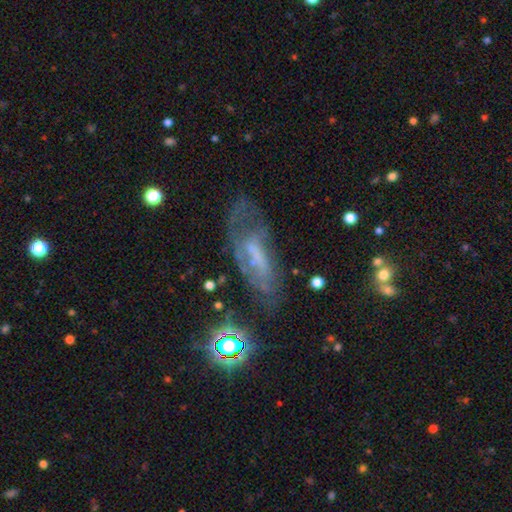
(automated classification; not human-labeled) featured or disk 58%, smooth 27%, star or artifact 15%. Down the decision tree: edge-on disk — no (83%); merging — none (49%).